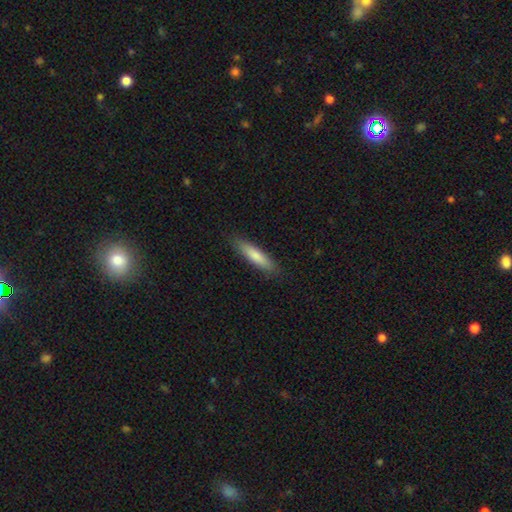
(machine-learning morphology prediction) A smooth galaxy with no disk features (79%) that is cigar-shaped (80%). Merging: none (88%).